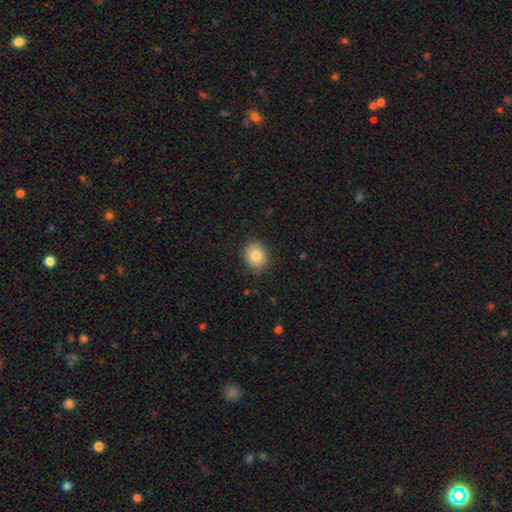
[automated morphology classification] Smooth or featured?
  - smooth: 84% *
  - star or artifact: 9%
  - featured or disk: 8%
How rounded?
  - round: 62% *
  - in between: 37%
  - cigar-shaped: 1%
Merging?
  - none: 87% *
  - minor disturbance: 10%
  - major disturbance: 2%
  - merger: 1%